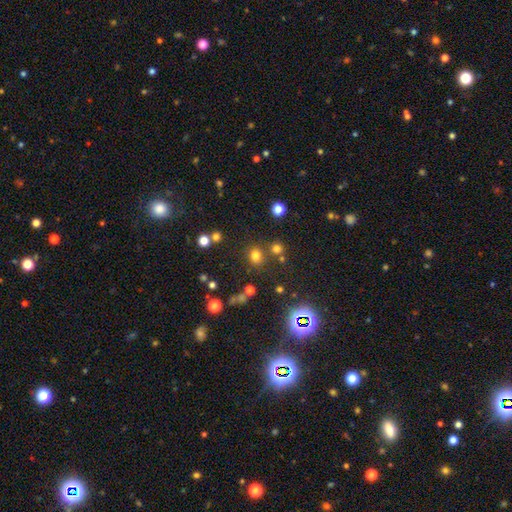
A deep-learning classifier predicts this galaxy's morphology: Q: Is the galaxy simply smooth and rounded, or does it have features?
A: smooth — 72%.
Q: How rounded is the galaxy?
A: round — 79%.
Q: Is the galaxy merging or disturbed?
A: none — 77%.